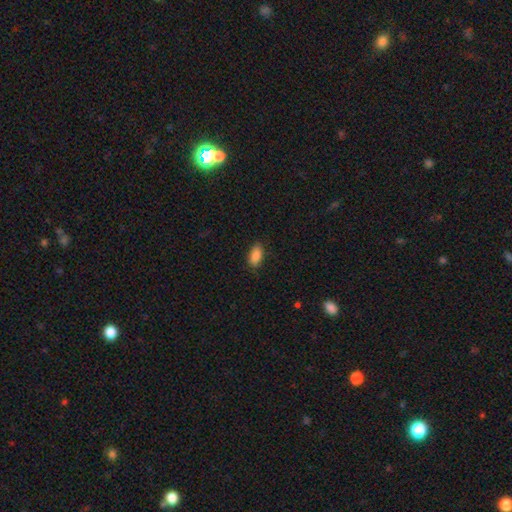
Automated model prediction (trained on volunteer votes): Q: Smooth or featured?
A: smooth (88%); runner-up: star or artifact (8%)
Q: How rounded?
A: in between (89%); runner-up: cigar-shaped (8%)
Q: Merging?
A: none (83%); runner-up: minor disturbance (13%)